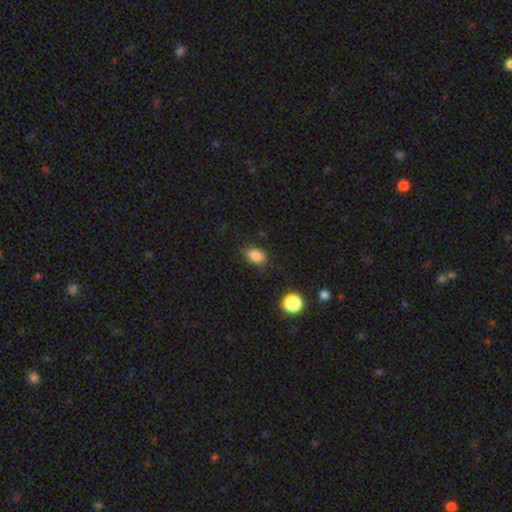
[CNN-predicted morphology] type=smooth (85%); roundness=in between (79%); merging=none (81%).